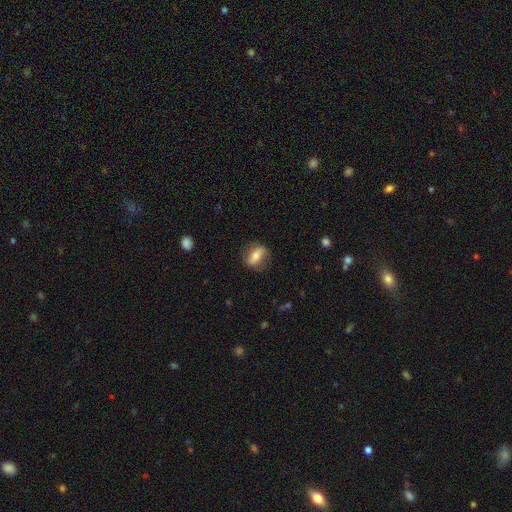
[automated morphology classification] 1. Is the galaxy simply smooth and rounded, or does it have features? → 56% smooth, 37% featured or disk, 7% star or artifact.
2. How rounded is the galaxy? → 69% in between, 21% round, 10% cigar-shaped.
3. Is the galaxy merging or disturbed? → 75% none, 17% minor disturbance, 7% major disturbance, 1% merger.